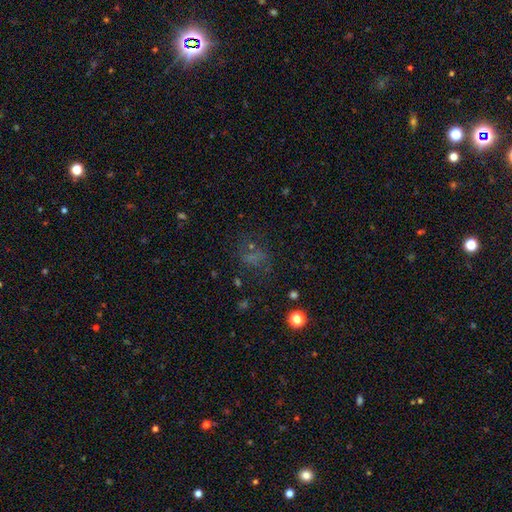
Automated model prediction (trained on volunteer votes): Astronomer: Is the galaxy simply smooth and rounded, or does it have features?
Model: star or artifact — 41% (runner-up: smooth, 38%).